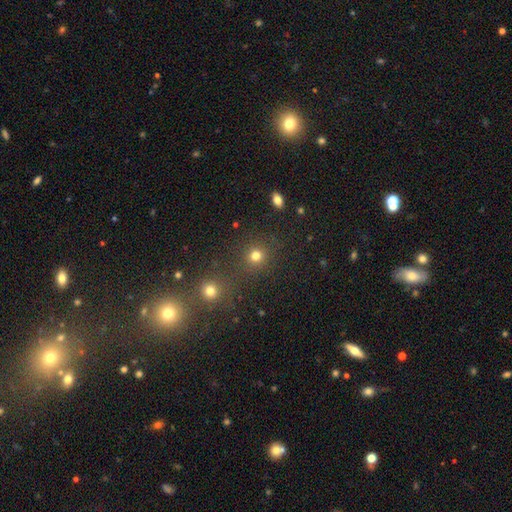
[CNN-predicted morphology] Smooth or featured? smooth (77%)
How rounded? round (89%)
Merging? none (81%)